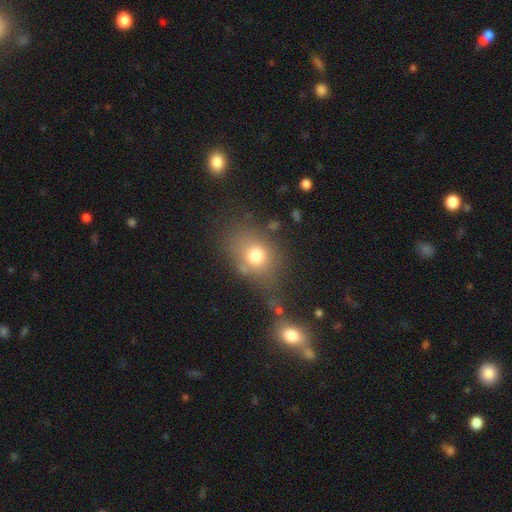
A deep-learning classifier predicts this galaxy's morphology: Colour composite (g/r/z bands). It shows a smooth galaxy with no disk features (72%) that is in between round and cigar-shaped (54%). Merging: none (55%).